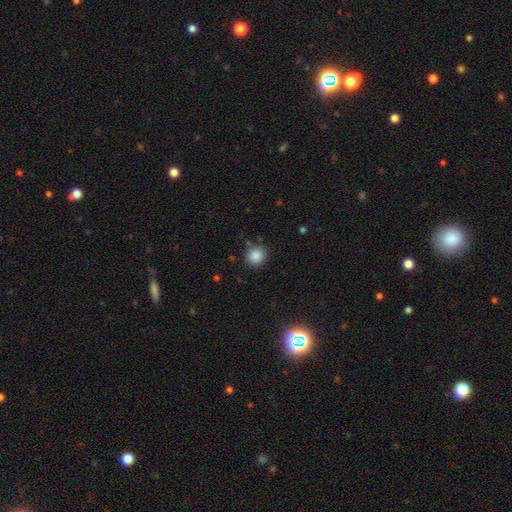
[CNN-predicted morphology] Smooth or featured?
  - smooth: 86% *
  - star or artifact: 10%
  - featured or disk: 4%
How rounded?
  - round: 90% *
  - in between: 9%
  - cigar-shaped: 1%
Merging?
  - none: 85% *
  - minor disturbance: 10%
  - major disturbance: 3%
  - merger: 3%